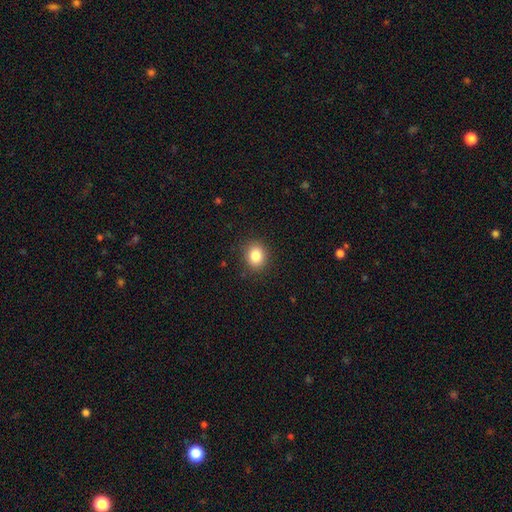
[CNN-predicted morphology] This appears to be a smooth galaxy with no disk features (85%) that is round (65%). Merging: none (88%).